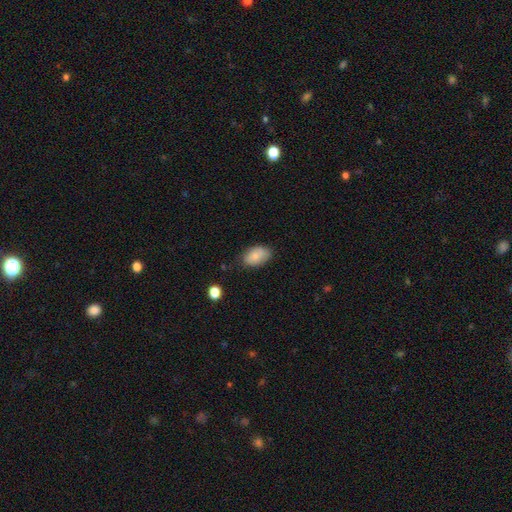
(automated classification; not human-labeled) Morphology: type=smooth (80%); roundness=in between (91%); merging=none (73%).